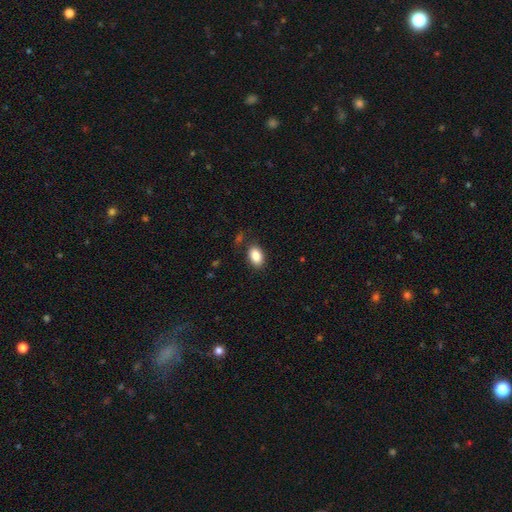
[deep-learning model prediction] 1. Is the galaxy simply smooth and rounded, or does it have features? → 87% smooth, 8% star or artifact, 5% featured or disk.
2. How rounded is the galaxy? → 89% in between, 9% round, 1% cigar-shaped.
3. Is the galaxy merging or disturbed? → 83% none, 12% minor disturbance, 3% major disturbance, 3% merger.